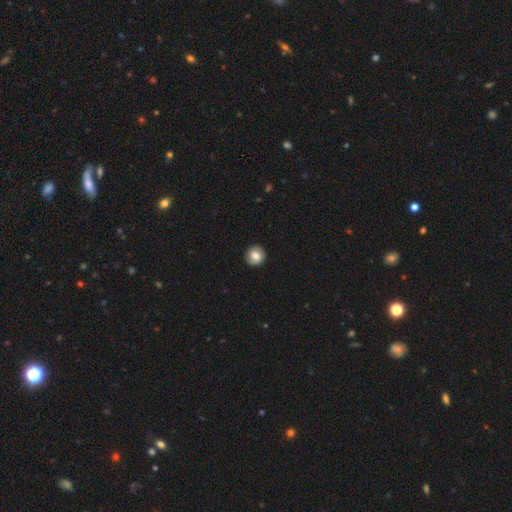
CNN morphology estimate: The model was most divided on "smooth or featured": smooth: 79%, featured or disk: 13%, star or artifact: 8%. More confident: how rounded — round (93%); merging — none (91%).